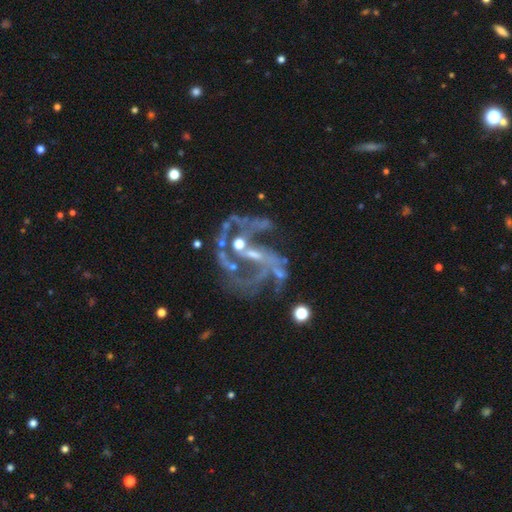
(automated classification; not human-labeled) Smooth or featured? featured or disk (84%)
Edge-on disk? no (97%)
Bar? weak (38%)
Spiral arms? yes (87%)
Spiral winding? loose (44%)
Spiral arm count? 2 (54%)
Bulge size? small (53%)
Merging? none (35%)